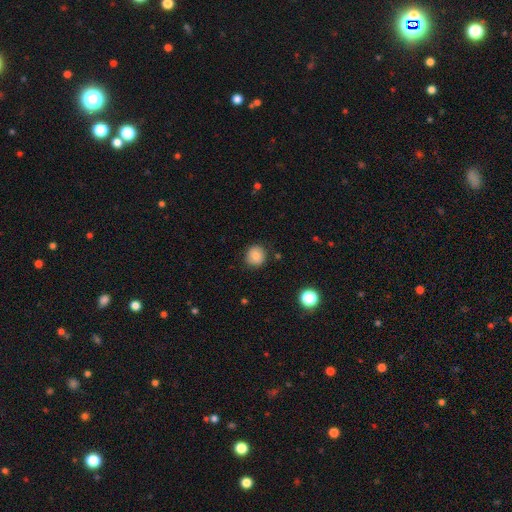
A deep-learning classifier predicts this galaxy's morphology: A smooth galaxy with no disk features (82%) that is round (92%). Merging: none (86%).